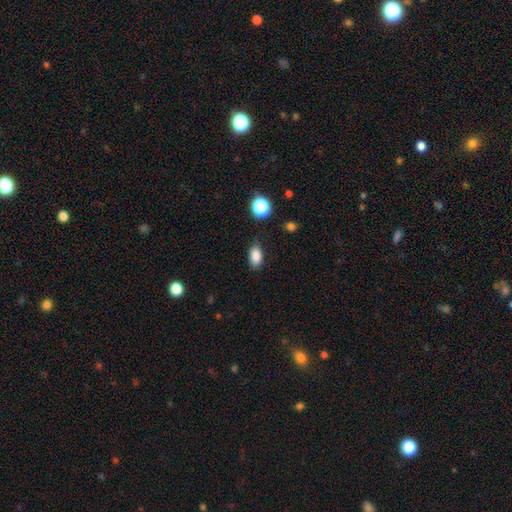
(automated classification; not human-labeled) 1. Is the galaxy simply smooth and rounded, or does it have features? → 85% smooth, 10% star or artifact, 5% featured or disk.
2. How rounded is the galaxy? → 88% in between, 9% round, 3% cigar-shaped.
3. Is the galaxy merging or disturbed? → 81% none, 14% minor disturbance, 3% major disturbance, 2% merger.